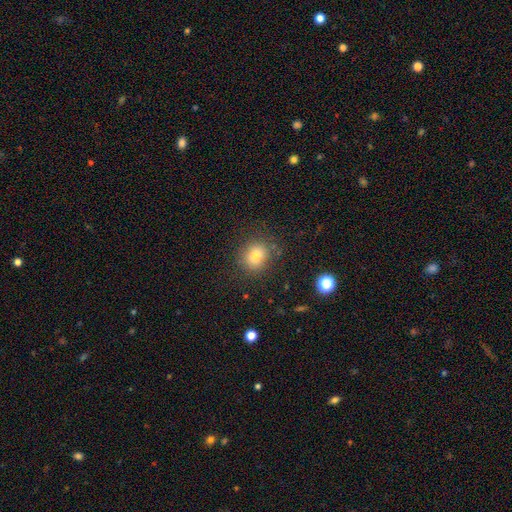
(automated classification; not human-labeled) Q: Smooth or featured?
A: smooth (78%); runner-up: star or artifact (13%)
Q: How rounded?
A: round (73%); runner-up: in between (26%)
Q: Merging?
A: none (82%); runner-up: minor disturbance (11%)